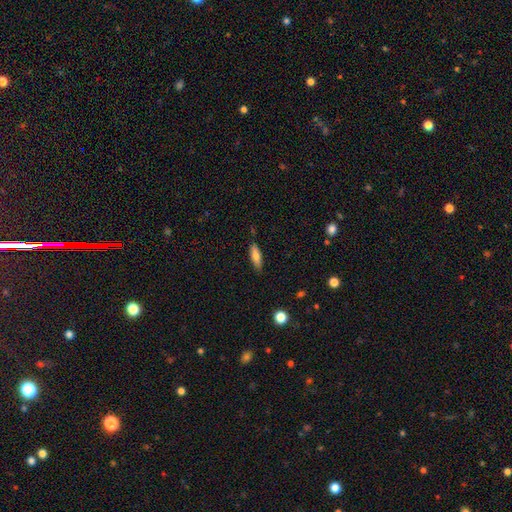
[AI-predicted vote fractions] smooth-or-featured: smooth: 76% | featured or disk: 17% | star or artifact: 7%
  how-rounded: cigar-shaped: 53% | in between: 45% | round: 2%
  merging: none: 85% | minor disturbance: 12% | major disturbance: 2% | merger: 2%